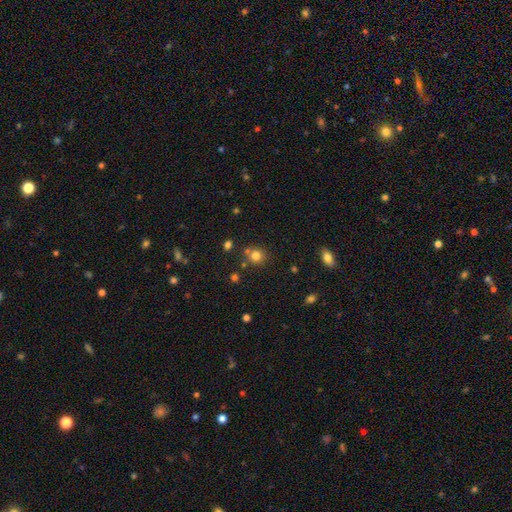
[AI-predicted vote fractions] Q: Smooth or featured?
A: smooth (77%); runner-up: star or artifact (15%)
Q: How rounded?
A: round (87%); runner-up: in between (12%)
Q: Merging?
A: none (72%); runner-up: merger (15%)